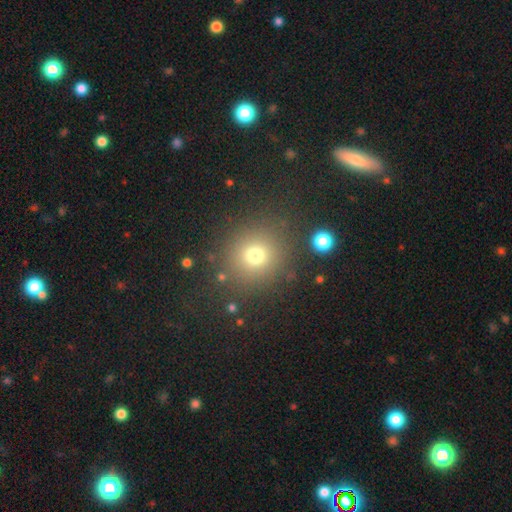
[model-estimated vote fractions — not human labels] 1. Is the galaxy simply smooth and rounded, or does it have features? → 72% smooth, 19% star or artifact, 9% featured or disk.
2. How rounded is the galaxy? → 88% round, 11% in between, 1% cigar-shaped.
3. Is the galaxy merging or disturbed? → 84% none, 8% minor disturbance, 4% major disturbance, 3% merger.